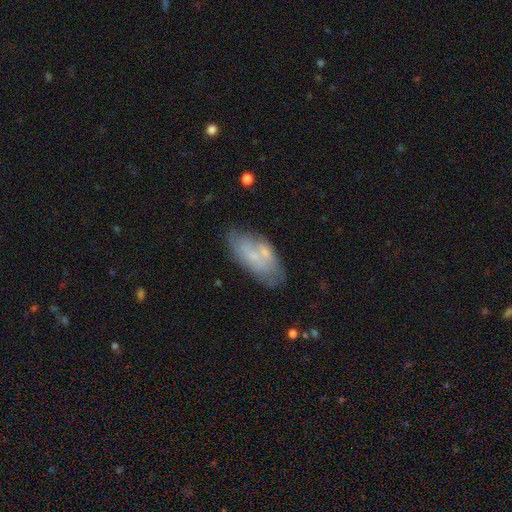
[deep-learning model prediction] A smooth galaxy with no disk features (48%). Merging: none (58%).